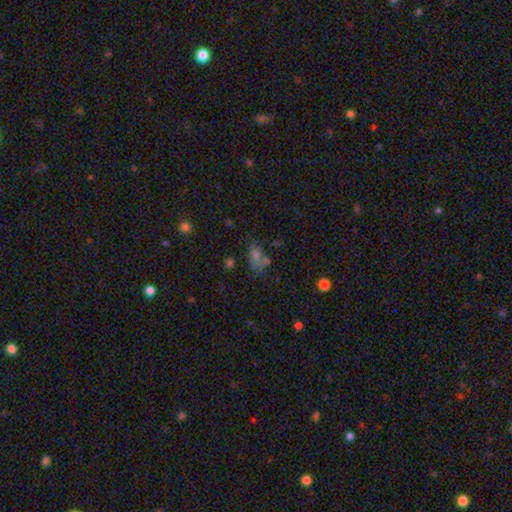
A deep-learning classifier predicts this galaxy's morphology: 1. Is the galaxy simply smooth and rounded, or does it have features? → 52% smooth, 30% star or artifact, 18% featured or disk.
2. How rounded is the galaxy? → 71% in between, 24% round, 5% cigar-shaped.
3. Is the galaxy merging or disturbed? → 45% none, 21% merger, 19% minor disturbance, 15% major disturbance.